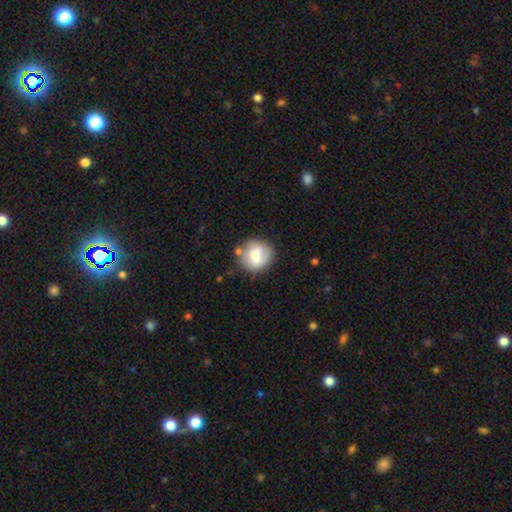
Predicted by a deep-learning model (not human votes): Morphology: type=smooth (63%); roundness=round (86%); merging=none (69%).